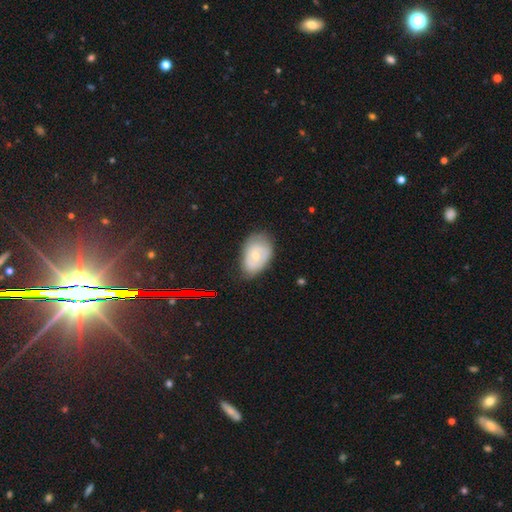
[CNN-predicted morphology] A featured or disk galaxy (50%). Merging: none (65%).